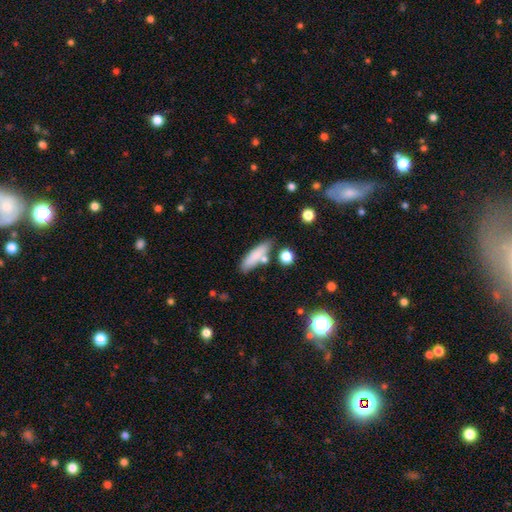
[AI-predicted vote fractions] Smooth or featured: smooth — 80% (featured or disk — 12%)
How rounded: cigar-shaped — 62% (in between — 35%)
Merging: none — 70% (minor disturbance — 14%)